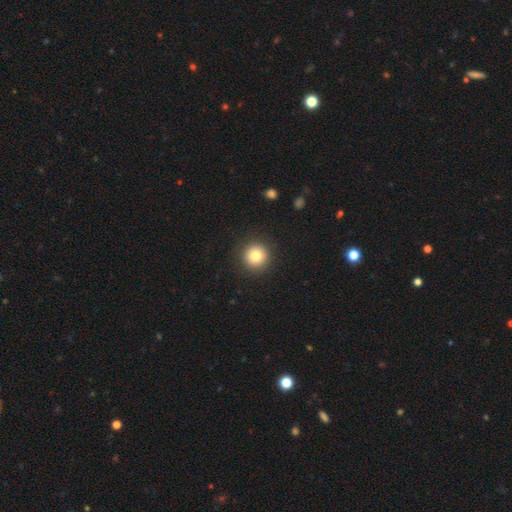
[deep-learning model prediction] smooth_or_featured: smooth (p=0.80) [alt: star or artifact p=0.10]
how_rounded: round (p=0.95) [alt: in between p=0.04]
merging: none (p=0.91) [alt: minor disturbance p=0.06]